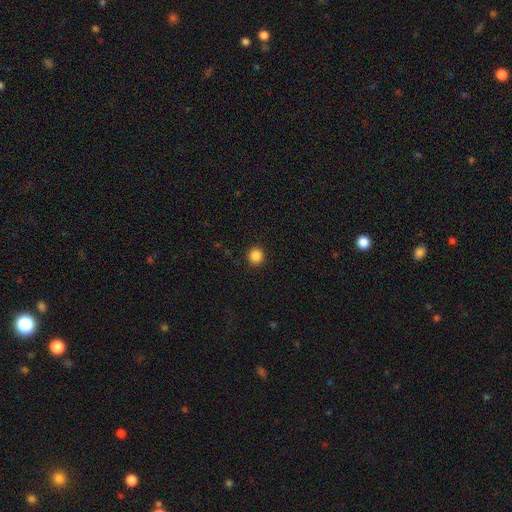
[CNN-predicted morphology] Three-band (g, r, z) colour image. It shows a smooth galaxy with no disk features (87%) that is round (93%). Merging: none (93%).